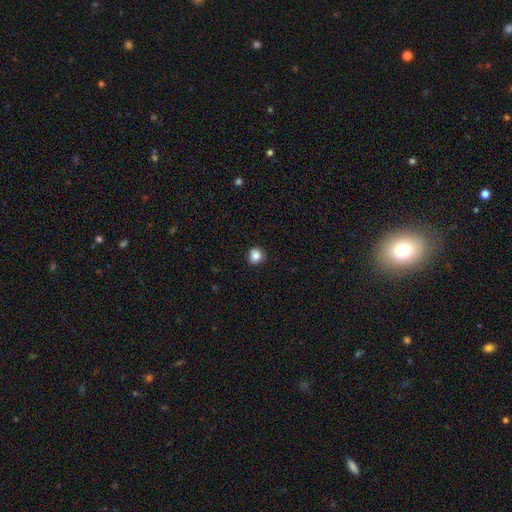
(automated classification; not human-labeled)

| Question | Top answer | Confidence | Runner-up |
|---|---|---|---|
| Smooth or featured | smooth | 83% | star or artifact (11%) |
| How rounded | round | 83% | in between (16%) |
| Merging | none | 82% | minor disturbance (14%) |